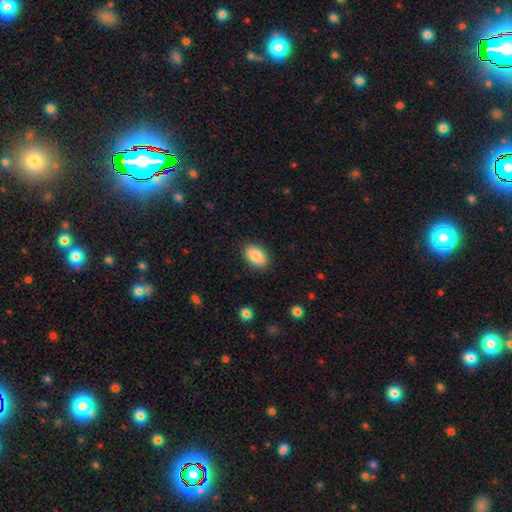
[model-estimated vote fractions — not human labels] This appears to be a smooth galaxy with no disk features (88%) that is in between round and cigar-shaped (91%). Merging: none (87%).